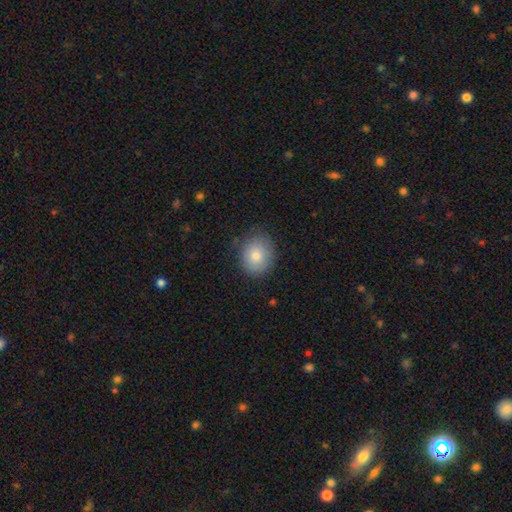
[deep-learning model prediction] Smooth or featured? smooth (80%)
How rounded? round (66%)
Merging? none (81%)